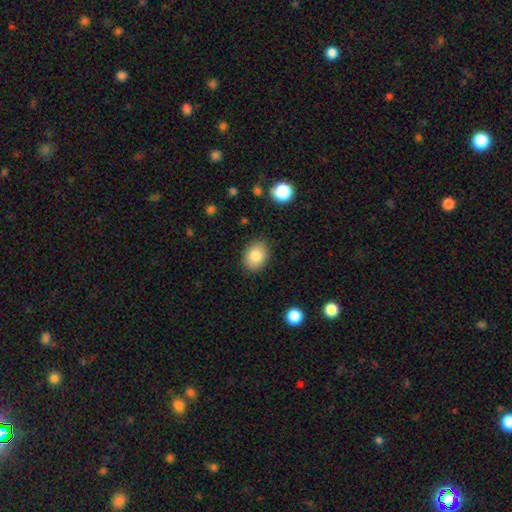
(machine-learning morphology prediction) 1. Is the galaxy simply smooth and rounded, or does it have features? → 82% smooth, 9% featured or disk, 8% star or artifact.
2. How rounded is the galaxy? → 66% in between, 33% round, 1% cigar-shaped.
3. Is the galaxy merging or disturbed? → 87% none, 10% minor disturbance, 2% major disturbance, 1% merger.